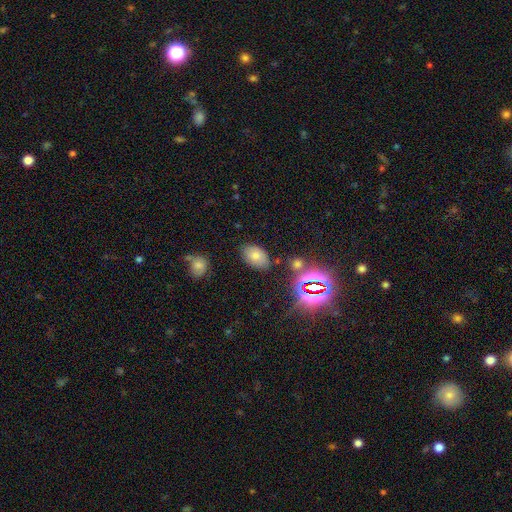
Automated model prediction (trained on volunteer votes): Q: Smooth or featured?
A: smooth (55%); runner-up: star or artifact (32%)
Q: How rounded?
A: in between (88%); runner-up: round (10%)
Q: Merging?
A: none (82%); runner-up: minor disturbance (11%)